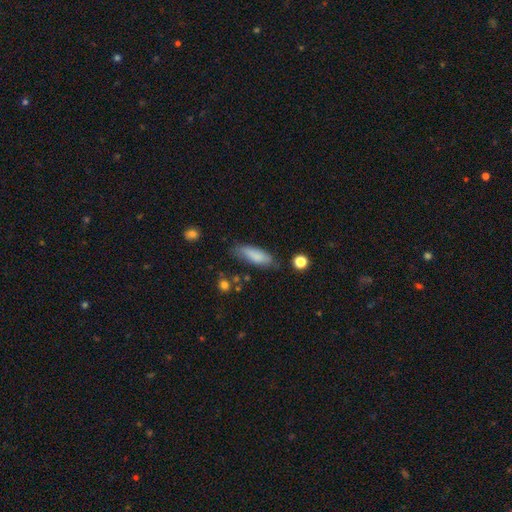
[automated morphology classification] smooth-or-featured: smooth: 83% | featured or disk: 10% | star or artifact: 7%
  how-rounded: in between: 56% | cigar-shaped: 42% | round: 2%
  merging: none: 70% | minor disturbance: 22% | major disturbance: 5% | merger: 3%